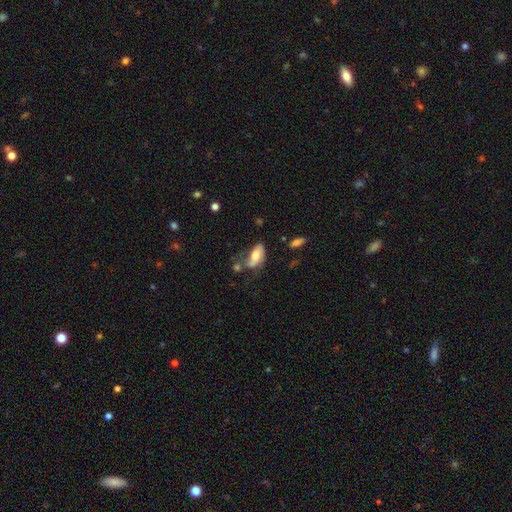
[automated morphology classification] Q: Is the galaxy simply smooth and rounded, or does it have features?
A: smooth — 64%.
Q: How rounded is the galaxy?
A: in between — 90%.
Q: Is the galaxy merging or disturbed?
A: none — 31%.